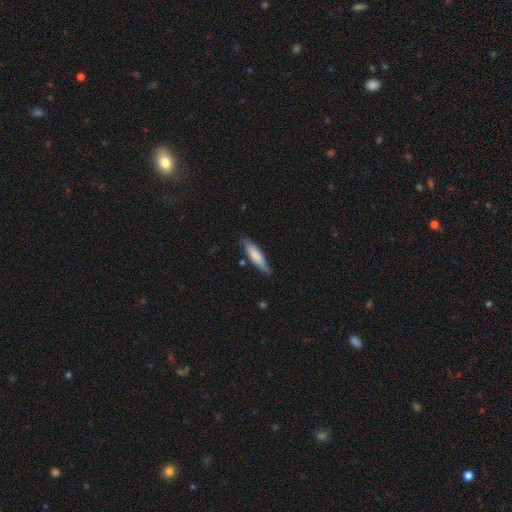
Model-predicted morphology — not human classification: smooth_or_featured: smooth (p=0.75) [alt: featured or disk p=0.20]
how_rounded: cigar-shaped (p=0.75) [alt: in between p=0.24]
merging: none (p=0.76) [alt: minor disturbance p=0.19]